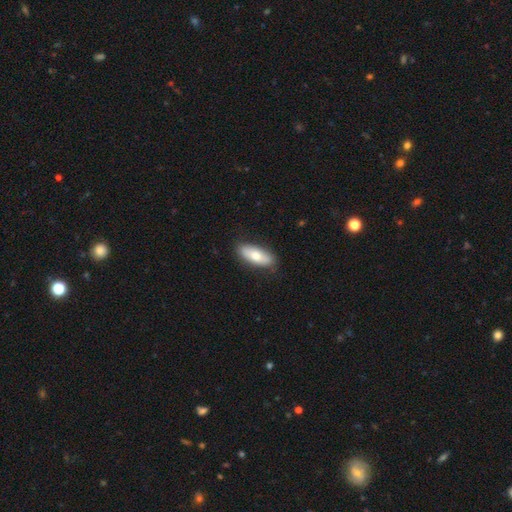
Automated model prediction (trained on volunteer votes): smooth 70%, featured or disk 24%, star or artifact 6%. Down the decision tree: how rounded — in between (78%); merging — none (86%).